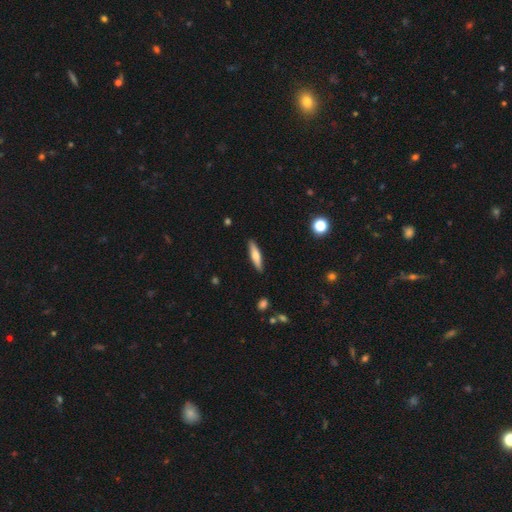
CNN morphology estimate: This is likely a smooth galaxy (60%). How rounded: likely cigar-shaped (79%). Merging: clearly none (89%).